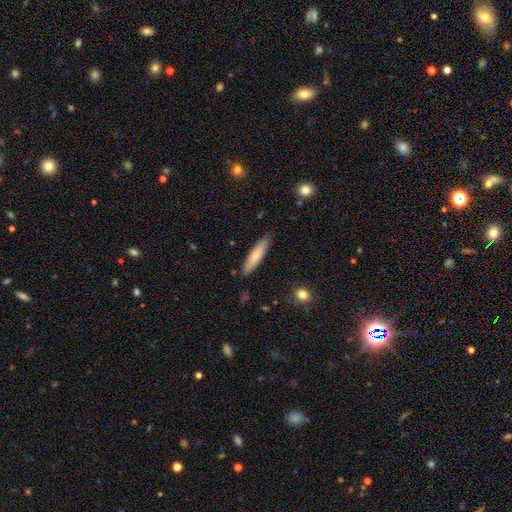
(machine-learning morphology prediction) A smooth galaxy with no disk features (73%) that is cigar-shaped (78%). Merging: none (85%).